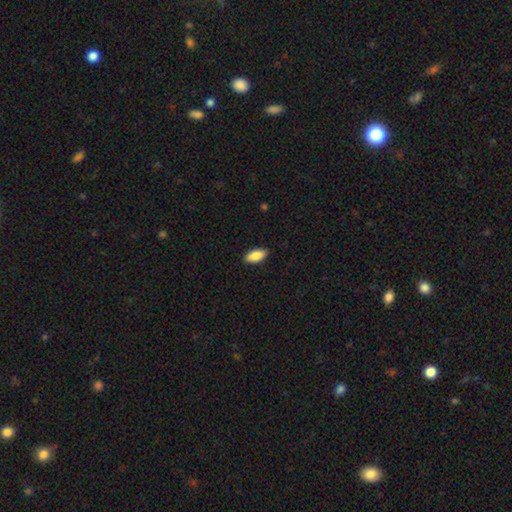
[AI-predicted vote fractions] smooth-or-featured: smooth: 88% | star or artifact: 6% | featured or disk: 6%
  how-rounded: in between: 88% | cigar-shaped: 10% | round: 2%
  merging: none: 89% | minor disturbance: 8% | major disturbance: 2% | merger: 1%